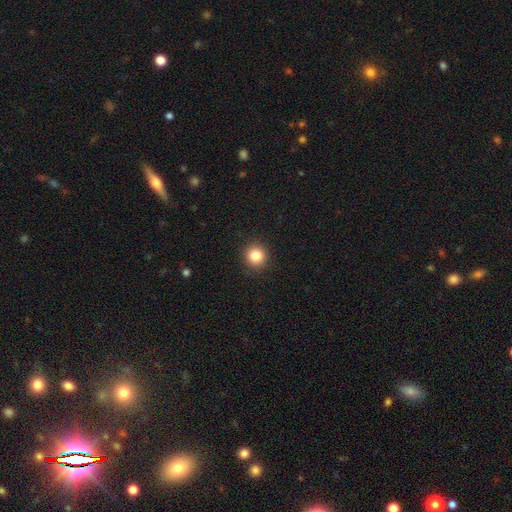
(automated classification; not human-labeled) A smooth galaxy with no disk features (84%) that is round (94%). Merging: none (92%).